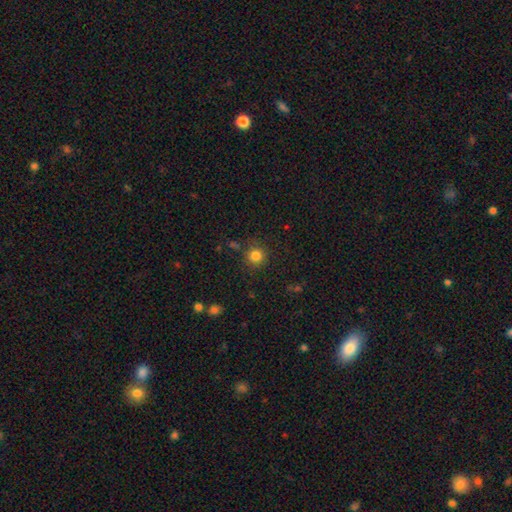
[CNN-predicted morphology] smooth_or_featured: smooth (p=0.83) [alt: star or artifact p=0.12]
how_rounded: round (p=0.92) [alt: in between p=0.07]
merging: none (p=0.84) [alt: minor disturbance p=0.09]